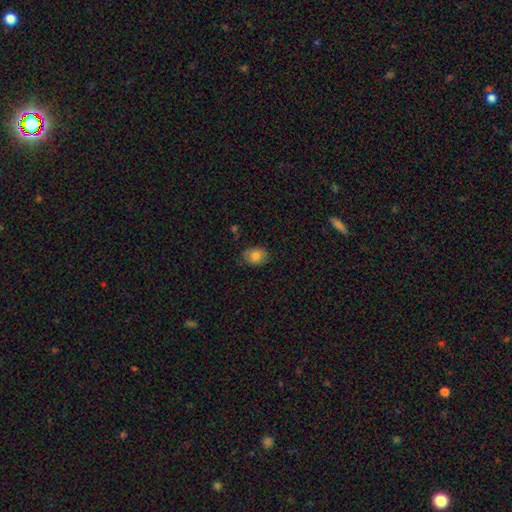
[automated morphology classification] The model was most divided on "how rounded": in between: 53%, round: 46%, cigar-shaped: 1%. More confident: smooth or featured — smooth (81%); merging — none (78%).